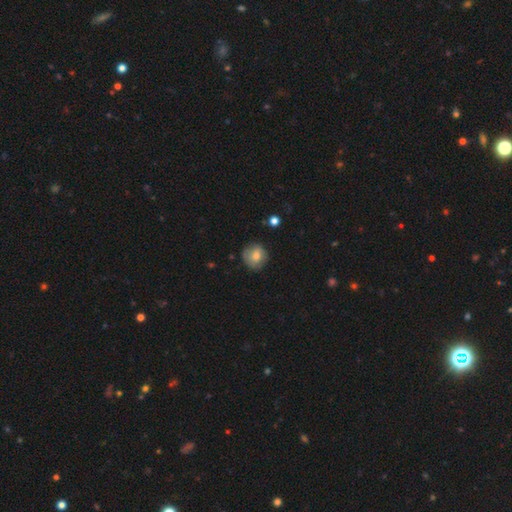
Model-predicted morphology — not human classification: Q: Smooth or featured?
A: smooth (73%); runner-up: featured or disk (19%)
Q: How rounded?
A: round (88%); runner-up: in between (11%)
Q: Merging?
A: none (76%); runner-up: minor disturbance (18%)